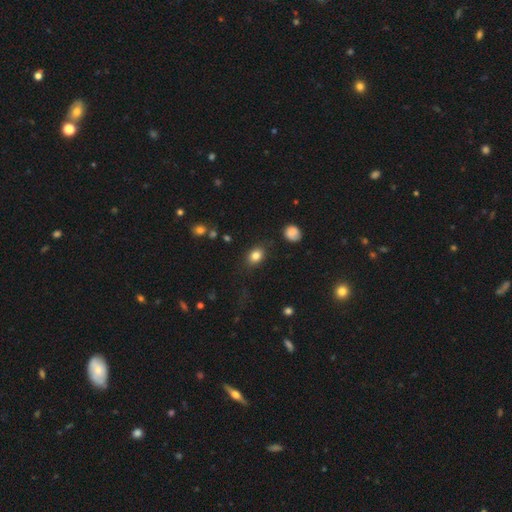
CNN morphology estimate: smooth 82%, star or artifact 10%, featured or disk 7%. Down the decision tree: how rounded — in between (64%); merging — none (83%).